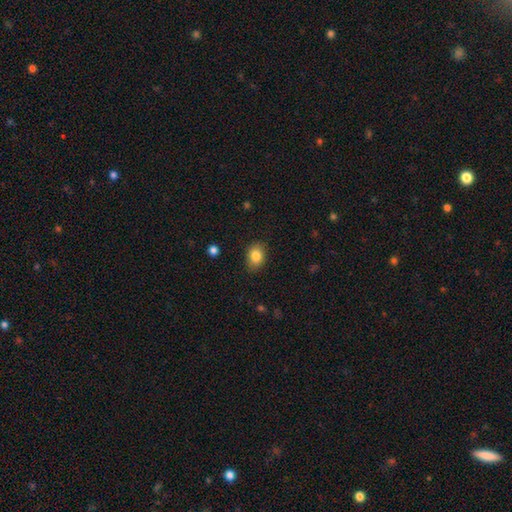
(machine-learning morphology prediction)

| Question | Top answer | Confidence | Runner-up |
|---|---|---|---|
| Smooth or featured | smooth | 85% | star or artifact (9%) |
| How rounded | in between | 66% | round (33%) |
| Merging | none | 84% | minor disturbance (12%) |